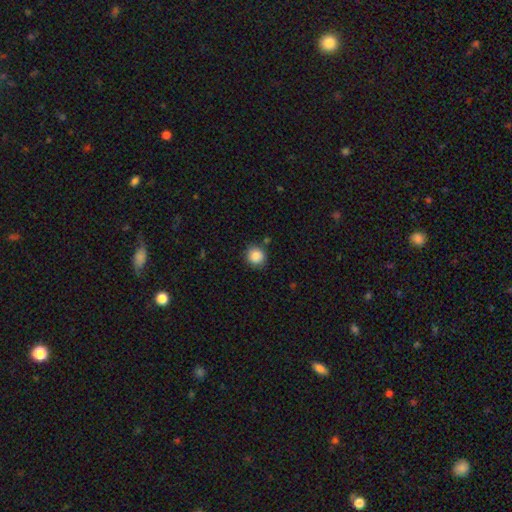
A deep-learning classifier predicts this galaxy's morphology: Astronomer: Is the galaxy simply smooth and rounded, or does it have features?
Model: smooth — 85%.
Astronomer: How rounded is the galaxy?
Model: round — 89%.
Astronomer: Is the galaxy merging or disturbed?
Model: none — 84%.